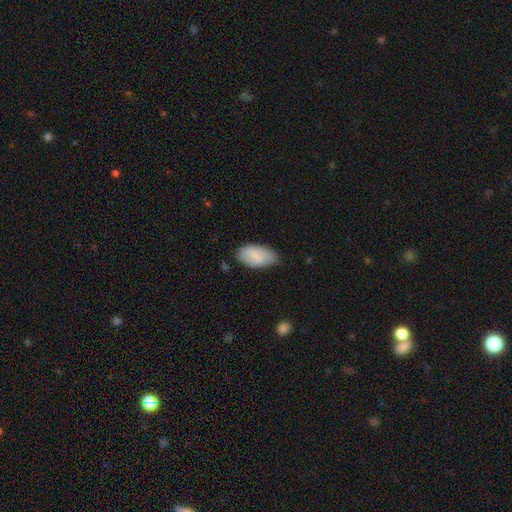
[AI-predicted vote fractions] A smooth galaxy with no disk features (84%) that is in between round and cigar-shaped (95%). Merging: none (67%).